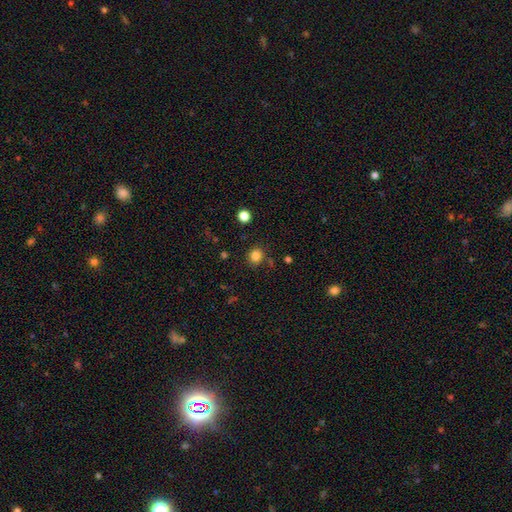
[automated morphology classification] Smooth or featured: smooth — 83% (star or artifact — 13%)
How rounded: round — 81% (in between — 18%)
Merging: none — 82% (minor disturbance — 11%)